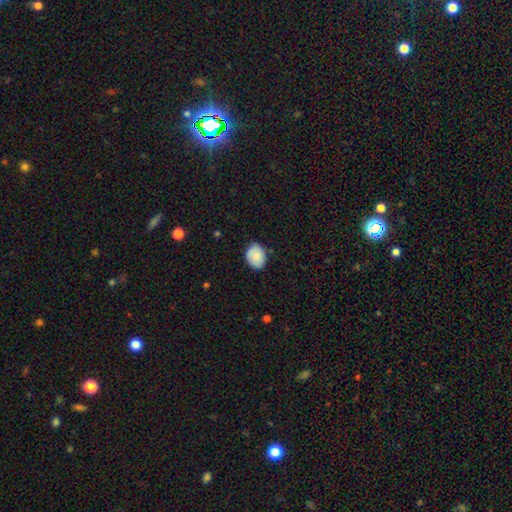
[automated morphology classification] A smooth galaxy with no disk features (82%) that is in between round and cigar-shaped (60%).

Vote fractions:
- Smooth or featured? smooth: 82% / featured or disk: 10% / star or artifact: 7%
- How rounded? in between: 60% / round: 39% / cigar-shaped: 1%
- Merging? none: 79% / minor disturbance: 17% / major disturbance: 3% / merger: 1%